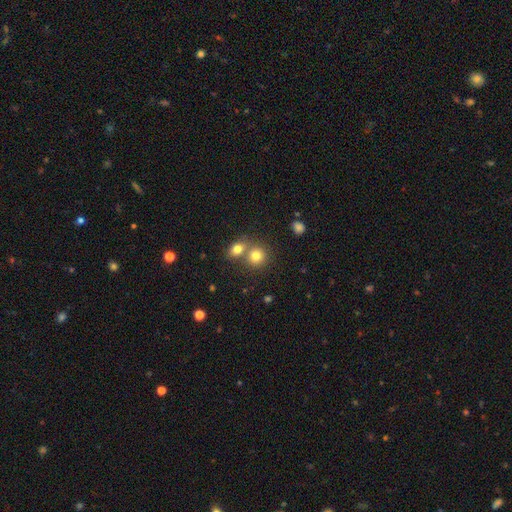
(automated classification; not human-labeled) Morphology: type=smooth (78%); roundness=round (80%); merging=none (48%).